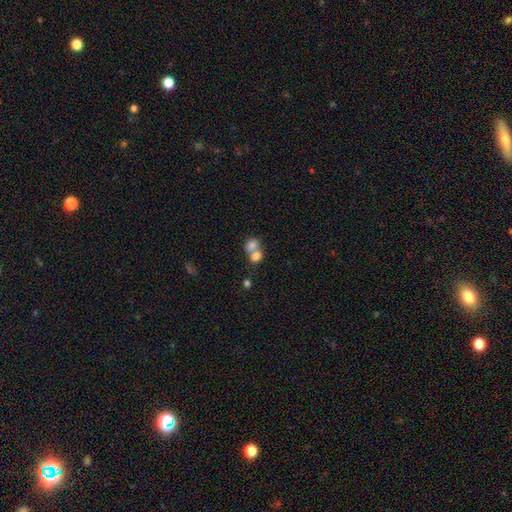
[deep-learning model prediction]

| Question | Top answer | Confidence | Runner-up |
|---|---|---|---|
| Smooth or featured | smooth | 76% | featured or disk (14%) |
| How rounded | round | 58% | in between (41%) |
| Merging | merger | 67% | none (24%) |